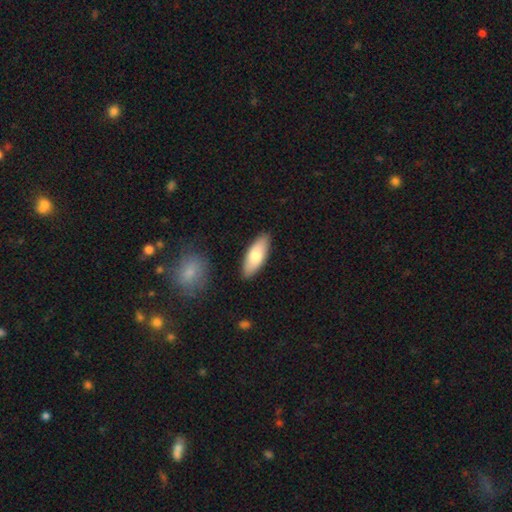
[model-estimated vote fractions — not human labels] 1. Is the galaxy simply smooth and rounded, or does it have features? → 75% smooth, 19% featured or disk, 5% star or artifact.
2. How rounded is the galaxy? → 76% in between, 22% cigar-shaped, 2% round.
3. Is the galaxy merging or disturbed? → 87% none, 9% minor disturbance, 2% merger, 2% major disturbance.